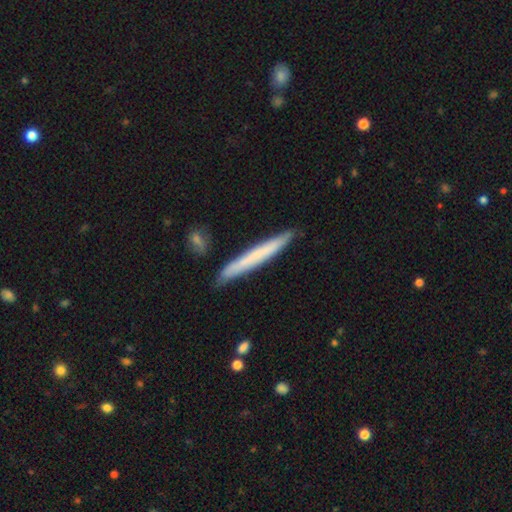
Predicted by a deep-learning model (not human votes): Smooth or featured: smooth — 56% (featured or disk — 38%)
How rounded: cigar-shaped — 97% (in between — 2%)
Merging: none — 86% (minor disturbance — 10%)